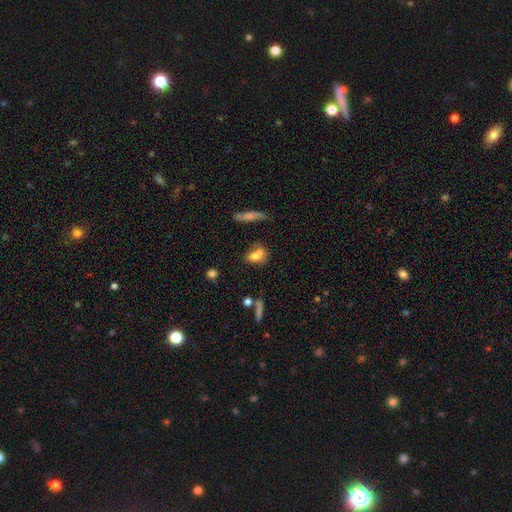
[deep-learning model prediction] This is likely a smooth galaxy (71%). How rounded: likely in between (64%). Merging: marginally none (40%).